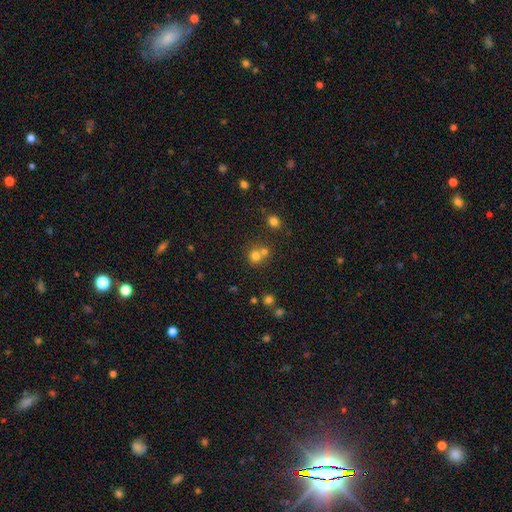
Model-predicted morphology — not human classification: smooth_or_featured: smooth (p=0.74) [alt: star or artifact p=0.16]
how_rounded: round (p=0.85) [alt: in between p=0.14]
merging: none (p=0.50) [alt: merger p=0.41]